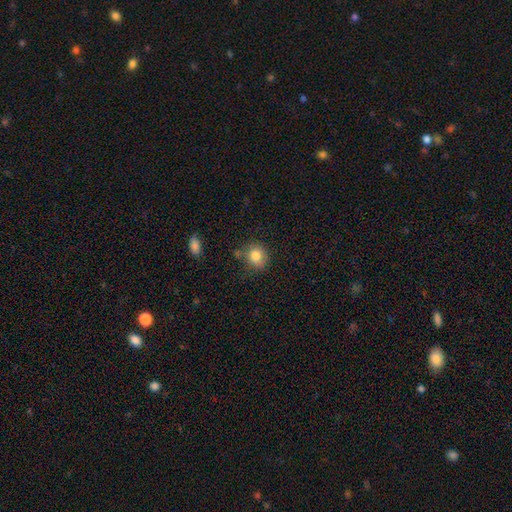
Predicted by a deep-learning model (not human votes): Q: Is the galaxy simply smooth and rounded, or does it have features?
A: smooth — 83%.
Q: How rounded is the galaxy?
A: round — 72%.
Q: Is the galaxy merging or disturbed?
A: none — 68%.